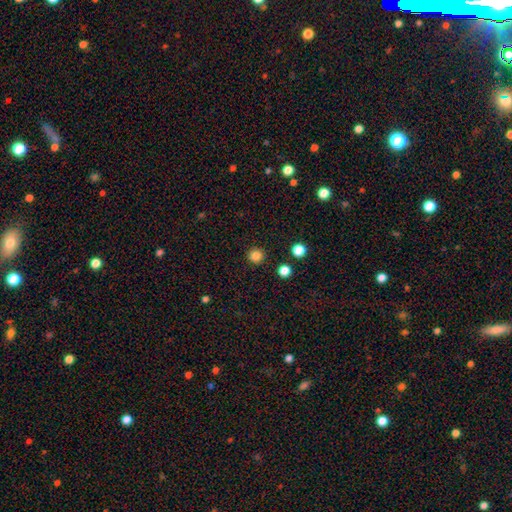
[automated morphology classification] smooth-or-featured: smooth: 84% | star or artifact: 13% | featured or disk: 3%
  how-rounded: round: 95% | in between: 4% | cigar-shaped: 1%
  merging: none: 92% | minor disturbance: 5% | major disturbance: 2% | merger: 1%